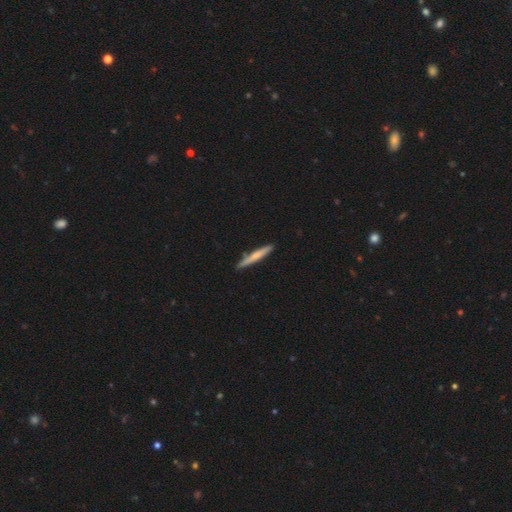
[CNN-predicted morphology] A smooth galaxy with no disk features (63%) that is cigar-shaped (96%). Merging: none (85%).